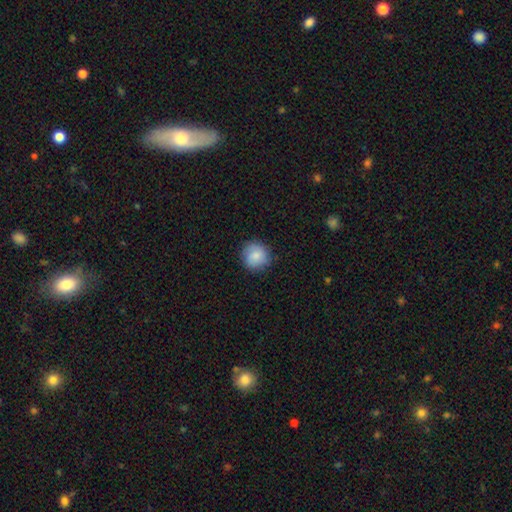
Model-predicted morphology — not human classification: A smooth galaxy with no disk features (84%) that is round (91%).

Vote fractions:
- Smooth or featured? smooth: 84% / featured or disk: 9% / star or artifact: 7%
- How rounded? round: 91% / in between: 8% / cigar-shaped: 1%
- Merging? none: 85% / minor disturbance: 12% / major disturbance: 3% / merger: 1%